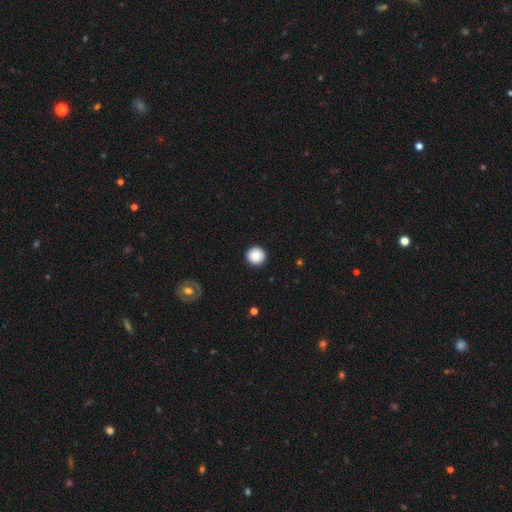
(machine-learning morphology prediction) smooth 87%, star or artifact 8%, featured or disk 5%. Down the decision tree: how rounded — round (95%); merging — none (93%).